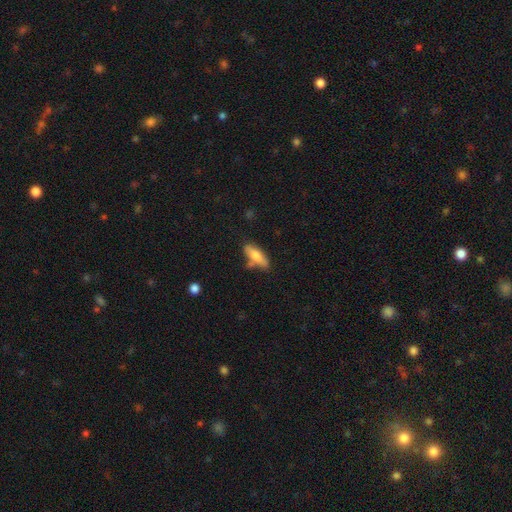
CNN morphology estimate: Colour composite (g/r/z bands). It shows a smooth galaxy with no disk features (68%) that is in between round and cigar-shaped (57%). Merging: none (65%).